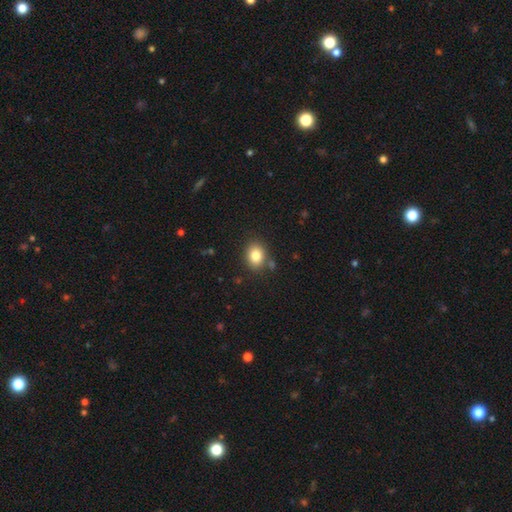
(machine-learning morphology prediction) A smooth galaxy with no disk features (83%) that is in between round and cigar-shaped (51%).

Vote fractions:
- Smooth or featured? smooth: 83% / star or artifact: 10% / featured or disk: 7%
- How rounded? in between: 51% / round: 48% / cigar-shaped: 1%
- Merging? none: 82% / minor disturbance: 11% / merger: 4% / major disturbance: 3%